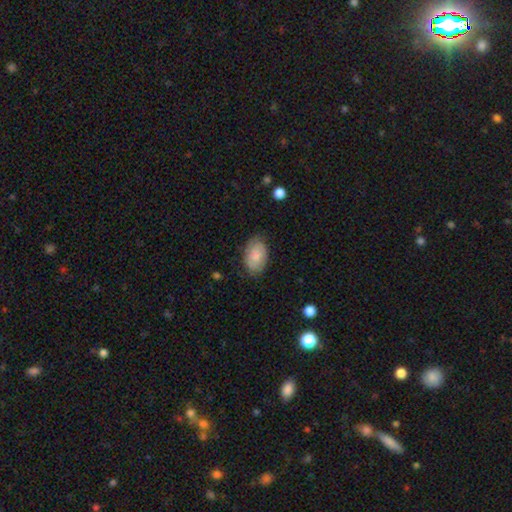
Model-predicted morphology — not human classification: Smooth or featured?
  - smooth: 74% *
  - featured or disk: 19%
  - star or artifact: 7%
How rounded?
  - in between: 91% *
  - round: 8%
  - cigar-shaped: 1%
Merging?
  - none: 77% *
  - minor disturbance: 18%
  - major disturbance: 4%
  - merger: 1%